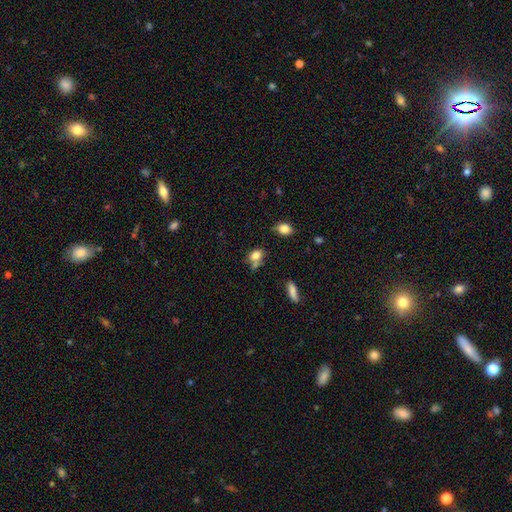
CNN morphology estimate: Smooth or featured?
  - smooth: 78% *
  - star or artifact: 11%
  - featured or disk: 11%
How rounded?
  - in between: 68% *
  - round: 28%
  - cigar-shaped: 4%
Merging?
  - none: 44% *
  - merger: 27%
  - minor disturbance: 21%
  - major disturbance: 8%